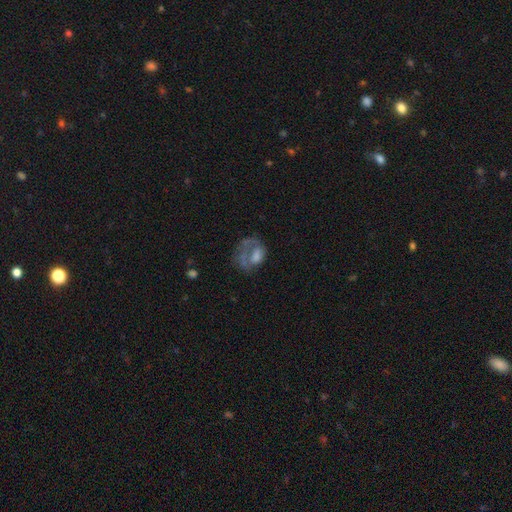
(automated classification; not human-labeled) Morphology: type=featured or disk (52%); edge-on=no (97%); bar=no (81%); spiral arms=no (64%); bulge=none (42%); merging=major disturbance (43%).